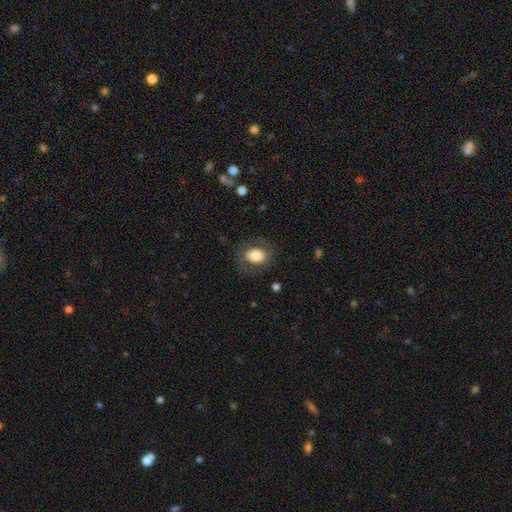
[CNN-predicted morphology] This is likely a smooth galaxy (69%). How rounded: likely in between (68%). Merging: likely none (75%).